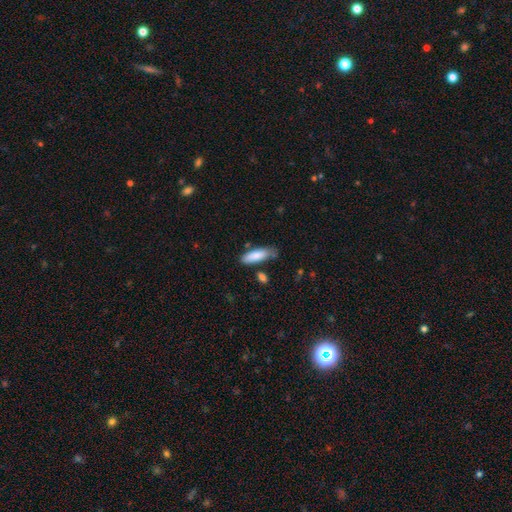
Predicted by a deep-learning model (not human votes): Smooth or featured? smooth (84%)
How rounded? in between (57%)
Merging? none (69%)